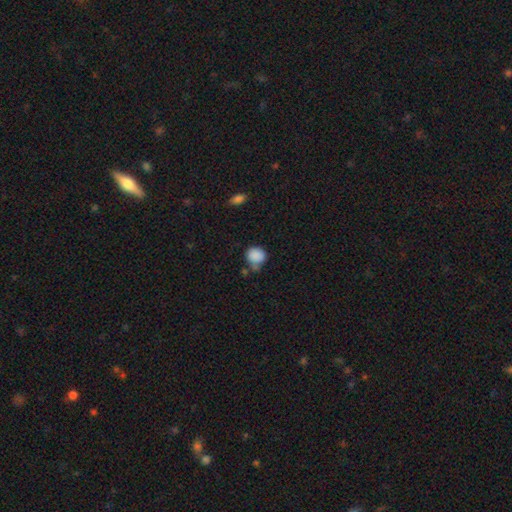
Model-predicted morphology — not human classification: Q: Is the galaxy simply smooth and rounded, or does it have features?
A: smooth — 86%.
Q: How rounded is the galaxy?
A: round — 77%.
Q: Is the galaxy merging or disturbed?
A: none — 52%.